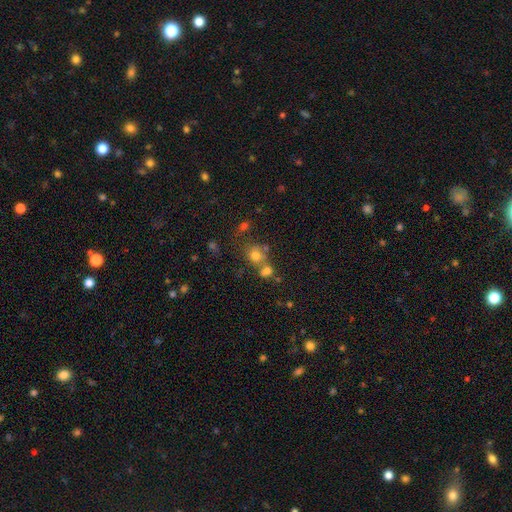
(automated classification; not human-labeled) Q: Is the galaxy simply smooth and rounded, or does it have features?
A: smooth — 65%.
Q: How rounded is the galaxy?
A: round — 76%.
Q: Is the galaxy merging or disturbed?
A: none — 46%.